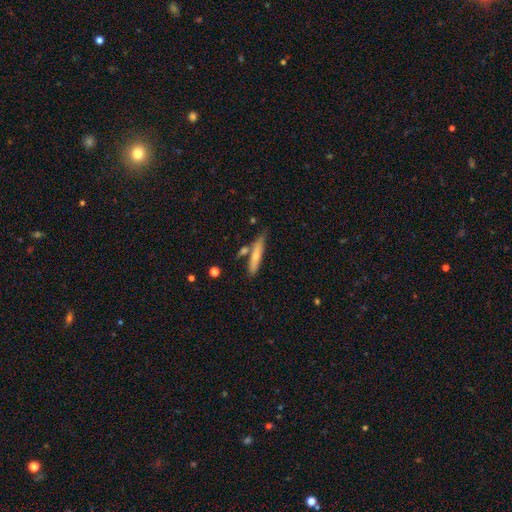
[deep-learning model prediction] Morphology: type=smooth (65%); roundness=cigar-shaped (87%); merging=none (66%).